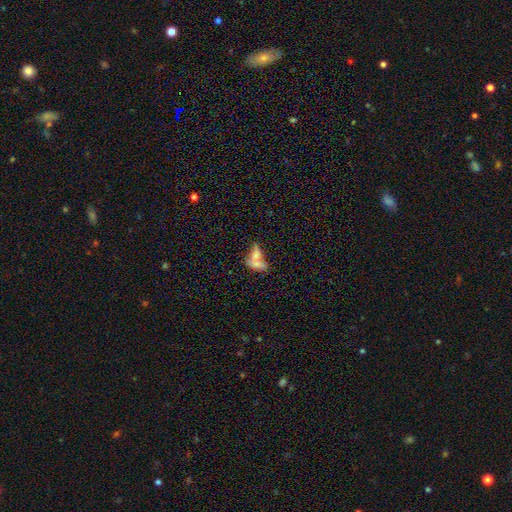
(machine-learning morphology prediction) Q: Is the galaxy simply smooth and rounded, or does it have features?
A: smooth — 61%.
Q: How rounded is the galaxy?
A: in between — 77%.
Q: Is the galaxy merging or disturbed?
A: merger — 63%.